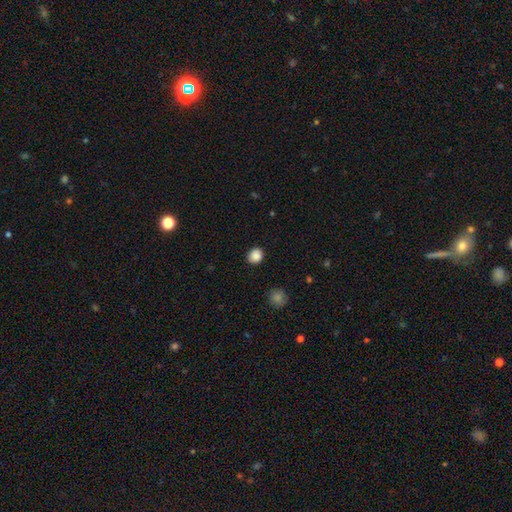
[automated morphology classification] Smooth or featured?
  - smooth: 87% *
  - star or artifact: 10%
  - featured or disk: 3%
How rounded?
  - round: 84% *
  - in between: 15%
  - cigar-shaped: 1%
Merging?
  - none: 90% *
  - minor disturbance: 6%
  - major disturbance: 2%
  - merger: 1%